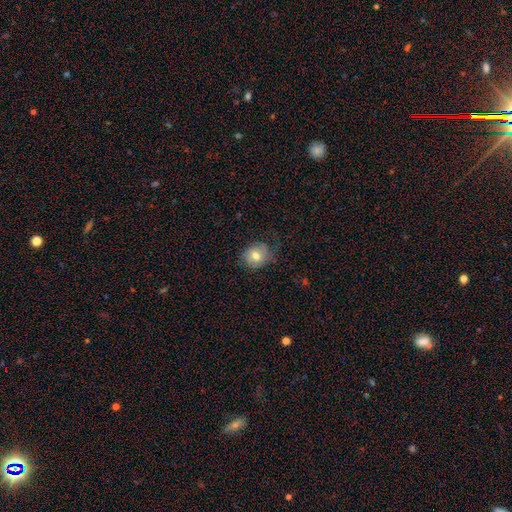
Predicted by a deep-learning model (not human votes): This is likely a smooth galaxy (72%). How rounded: likely round (69%). Merging: likely none (68%).